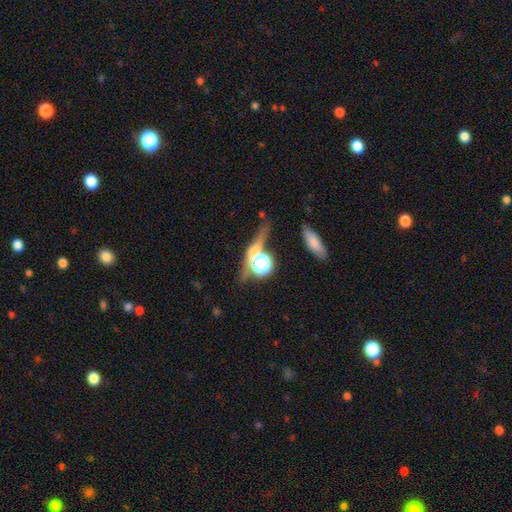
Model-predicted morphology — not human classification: A smooth galaxy with no disk features (42%).

Vote fractions:
- Smooth or featured? smooth: 42% / star or artifact: 35% / featured or disk: 23%
- Merging? none: 56% / merger: 19% / minor disturbance: 14% / major disturbance: 11%